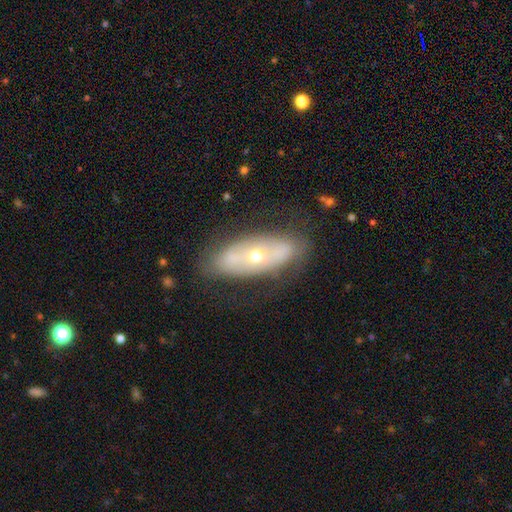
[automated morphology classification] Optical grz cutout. It shows a featured or disk galaxy (60%). Merging: none (74%).